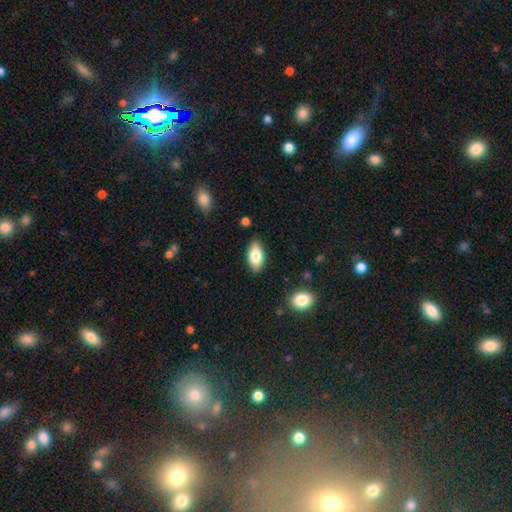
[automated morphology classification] A smooth galaxy with no disk features (79%) that is in between round and cigar-shaped (92%). Merging: none (86%).